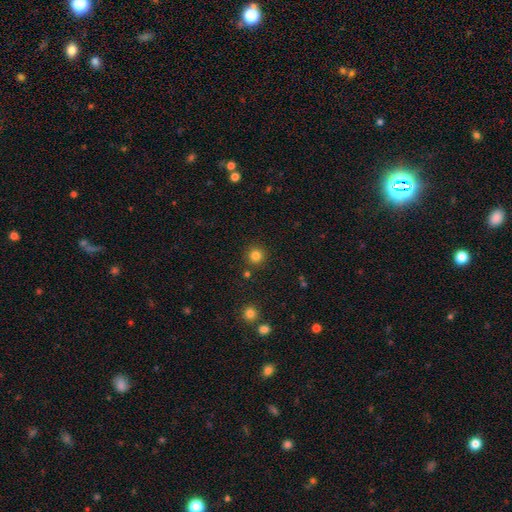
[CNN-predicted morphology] Smooth or featured? Predicted: smooth (p=0.82). How rounded? Predicted: round (p=0.95). Merging? Predicted: none (p=0.89).